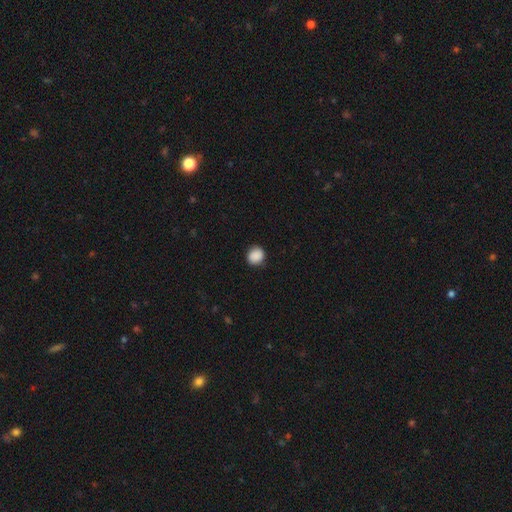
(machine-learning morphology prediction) Overall: smooth (89%). How rounded: round (81%). Merging: none (88%).